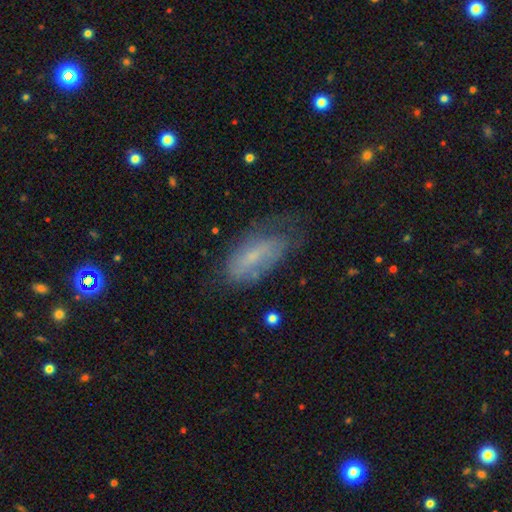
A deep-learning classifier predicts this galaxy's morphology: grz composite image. It shows a smooth galaxy with no disk features (49%). Merging: none (49%).